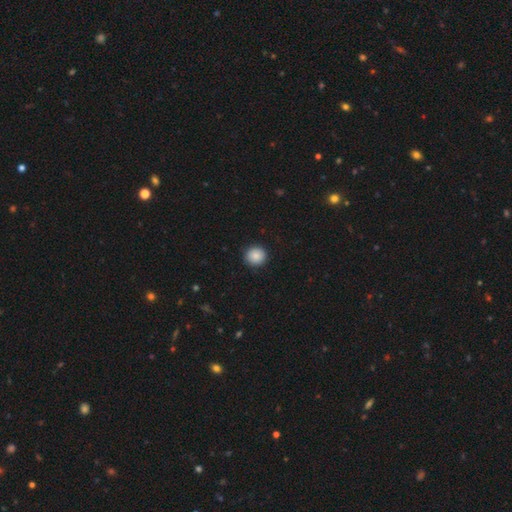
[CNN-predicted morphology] Q: Smooth or featured?
A: smooth (87%); runner-up: star or artifact (9%)
Q: How rounded?
A: round (93%); runner-up: in between (6%)
Q: Merging?
A: none (92%); runner-up: minor disturbance (5%)